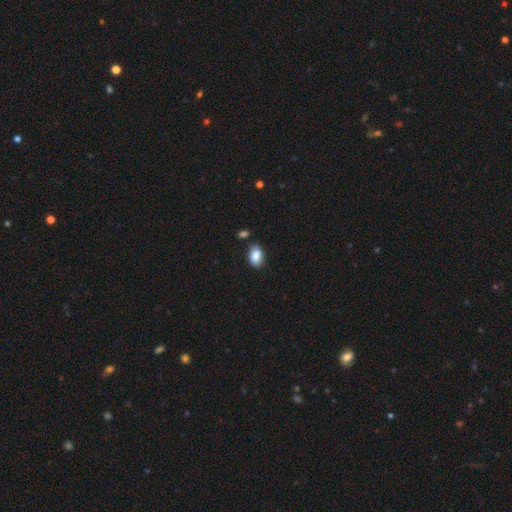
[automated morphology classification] type=smooth (88%); roundness=in between (90%); merging=none (79%).